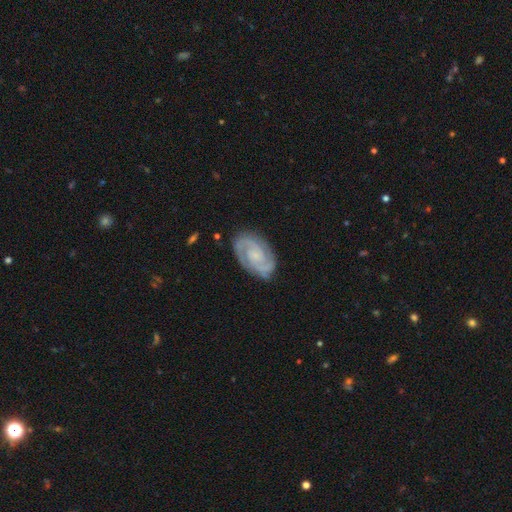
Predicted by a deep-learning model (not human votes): This is clearly a featured or disk galaxy (86%). It is clearly not viewed edge-on (97%). Bar: possibly no (59%). Spiral arm pattern: clearly yes (97%). Spiral arm count: clearly 2 (85%). Spiral winding: possibly tight (55%). Central bulge: possibly small (55%). Merging: clearly none (83%).